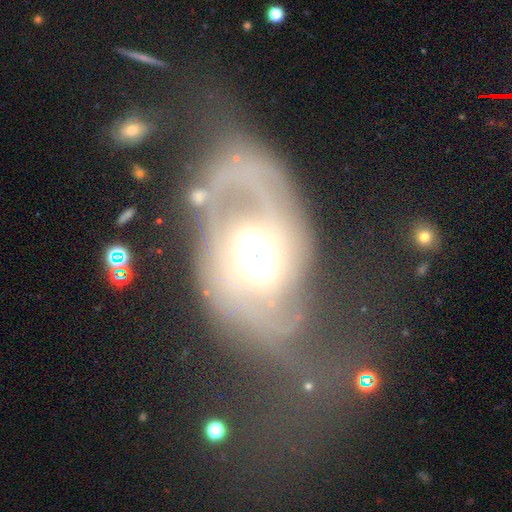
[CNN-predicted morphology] featured or disk 54%, smooth 29%, star or artifact 17%. Down the decision tree: edge-on disk — no (76%); merging — none (61%).